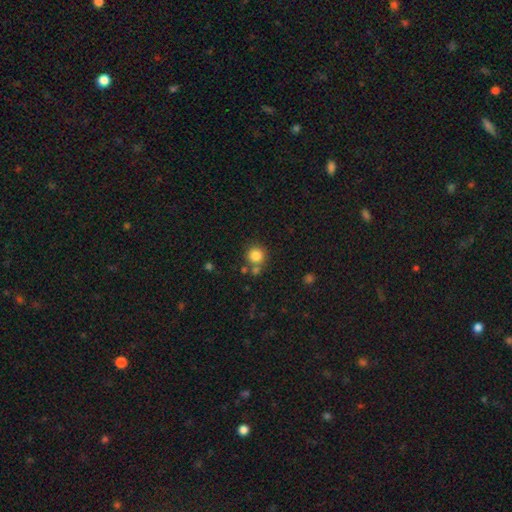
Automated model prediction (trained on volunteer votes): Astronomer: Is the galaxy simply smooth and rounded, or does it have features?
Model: smooth — 83%.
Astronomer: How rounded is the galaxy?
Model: round — 93%.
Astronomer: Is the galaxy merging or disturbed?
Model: none — 71%.